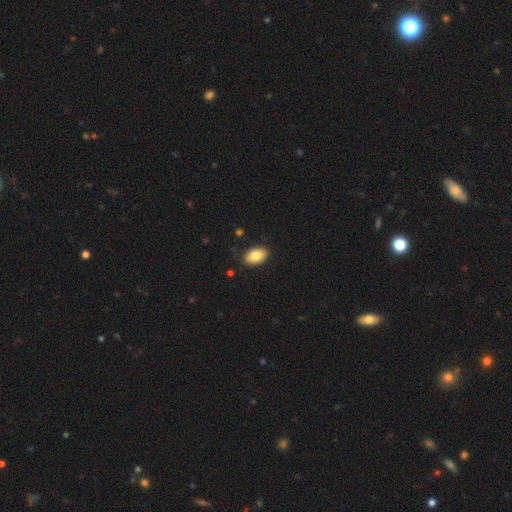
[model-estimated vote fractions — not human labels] This is clearly a smooth galaxy (83%). How rounded: clearly in between (92%). Merging: clearly none (88%).